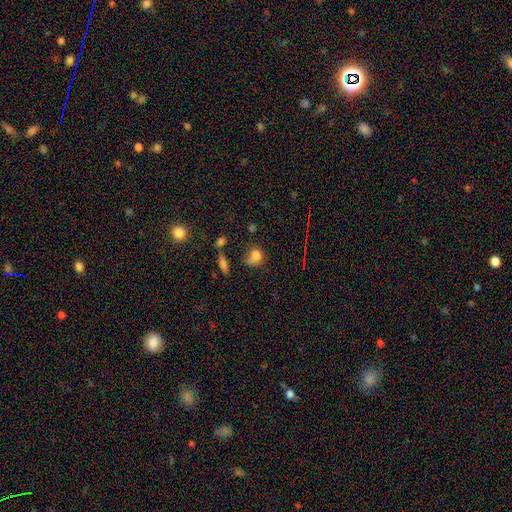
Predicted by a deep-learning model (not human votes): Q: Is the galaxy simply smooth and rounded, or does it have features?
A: smooth — 74%.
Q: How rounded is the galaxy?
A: round — 58%.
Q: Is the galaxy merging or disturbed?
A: none — 43%.